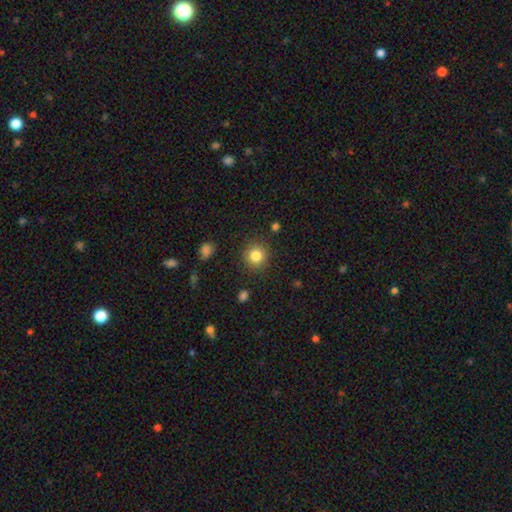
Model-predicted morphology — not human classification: A smooth galaxy with no disk features (83%) that is round (91%). Merging: none (89%).